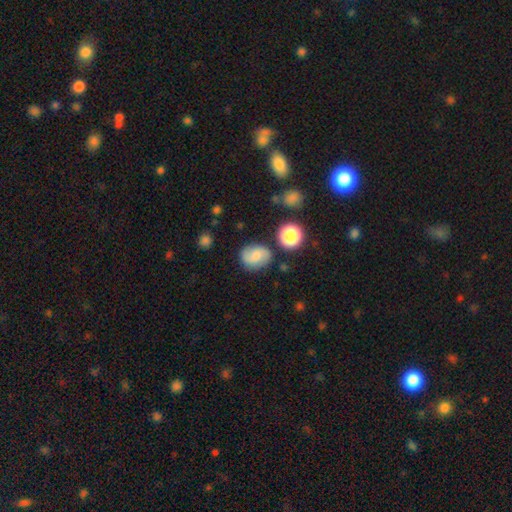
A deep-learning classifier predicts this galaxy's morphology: type=smooth (49%); merging=none (74%).